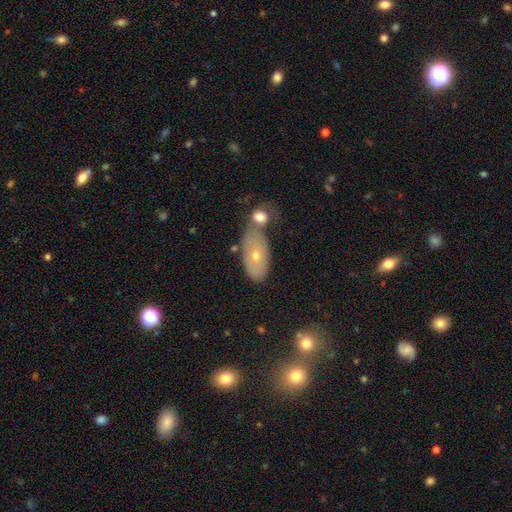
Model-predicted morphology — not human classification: A smooth galaxy with no disk features (50%) that is in between round and cigar-shaped (88%). Merging: none (59%).